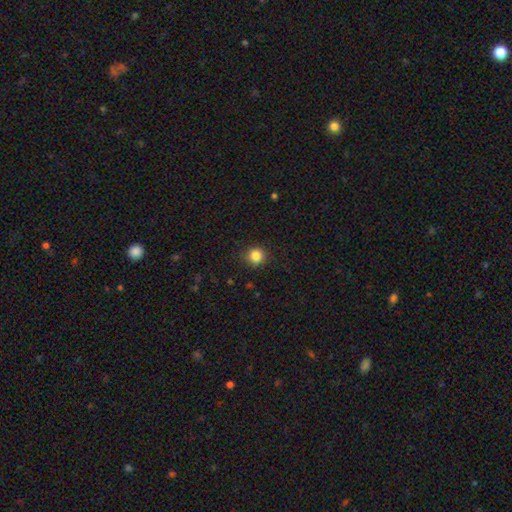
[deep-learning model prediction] Smooth or featured: smooth — 85% (star or artifact — 11%)
How rounded: round — 90% (in between — 9%)
Merging: none — 89% (minor disturbance — 8%)